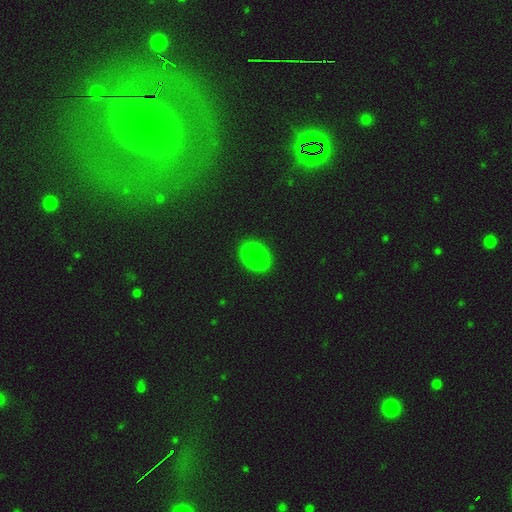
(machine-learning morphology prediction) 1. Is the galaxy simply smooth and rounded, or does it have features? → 76% smooth, 15% featured or disk, 9% star or artifact.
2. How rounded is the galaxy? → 65% in between, 34% round, 1% cigar-shaped.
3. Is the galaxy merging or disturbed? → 87% none, 9% minor disturbance, 2% major disturbance, 1% merger.